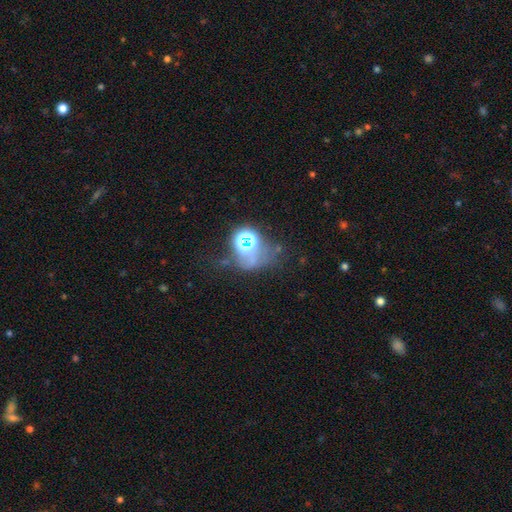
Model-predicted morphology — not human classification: This appears to be a star or artifact, not a galaxy (67%).